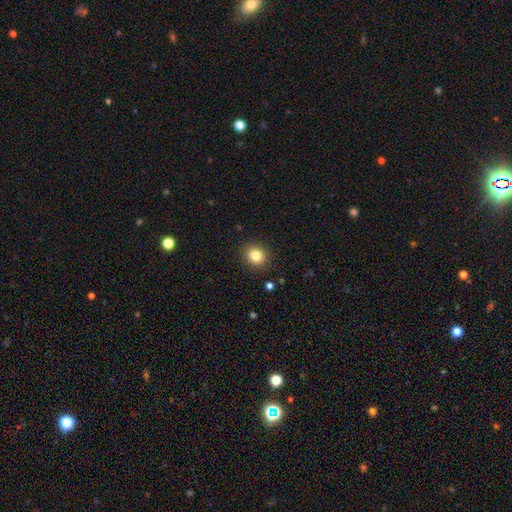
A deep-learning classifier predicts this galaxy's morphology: smooth-or-featured: smooth: 82% | star or artifact: 11% | featured or disk: 7%
  how-rounded: round: 75% | in between: 24% | cigar-shaped: 1%
  merging: none: 90% | minor disturbance: 7% | major disturbance: 2% | merger: 1%